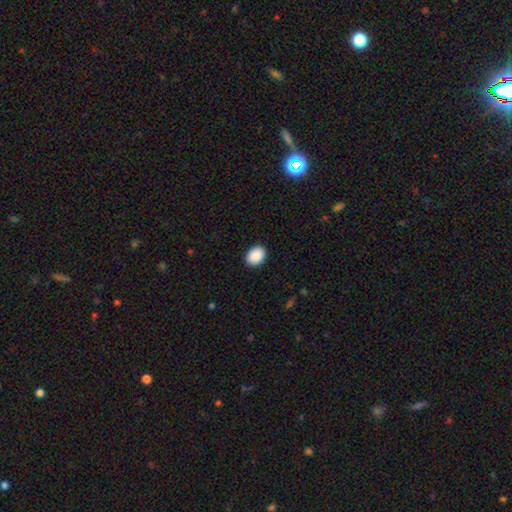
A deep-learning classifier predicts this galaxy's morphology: Overall: smooth (91%). How rounded: in between (67%; round 32%). Merging: none (91%).